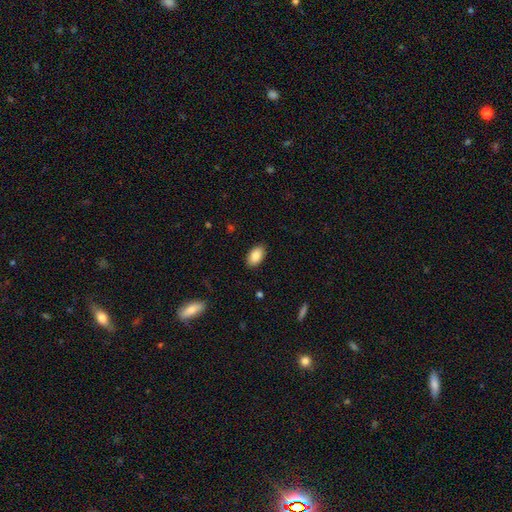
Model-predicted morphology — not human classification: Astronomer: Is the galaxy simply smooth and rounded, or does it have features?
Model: smooth — 88%.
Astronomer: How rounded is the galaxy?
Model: in between — 94%.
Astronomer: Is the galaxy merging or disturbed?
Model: none — 88%.